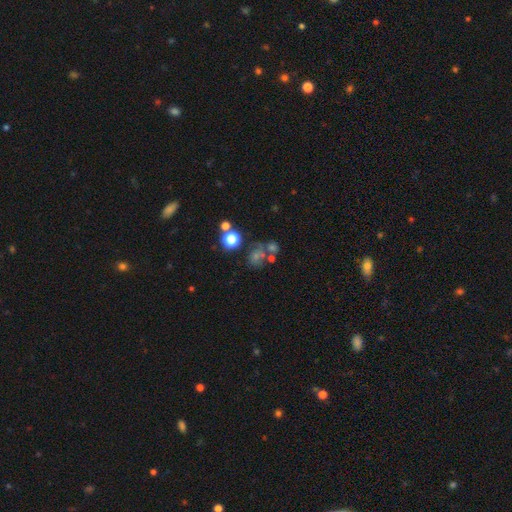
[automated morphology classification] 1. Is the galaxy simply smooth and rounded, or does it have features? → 39% smooth (tied), 39% star or artifact (tied), 22% featured or disk.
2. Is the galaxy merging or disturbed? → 48% none, 27% merger, 13% minor disturbance, 12% major disturbance.